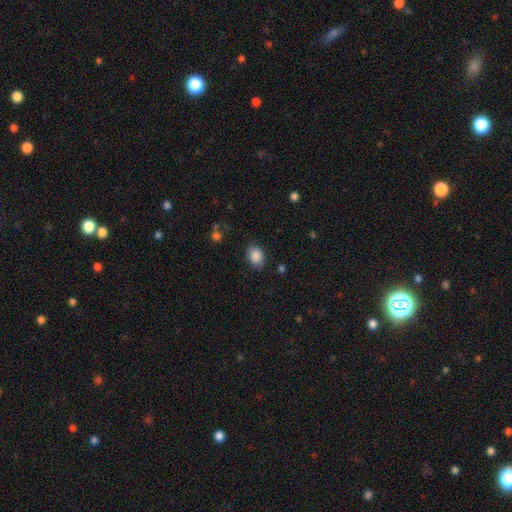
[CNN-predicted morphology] smooth_or_featured: smooth (p=0.88) [alt: star or artifact p=0.08]
how_rounded: in between (p=0.65) [alt: round p=0.34]
merging: none (p=0.83) [alt: minor disturbance p=0.12]